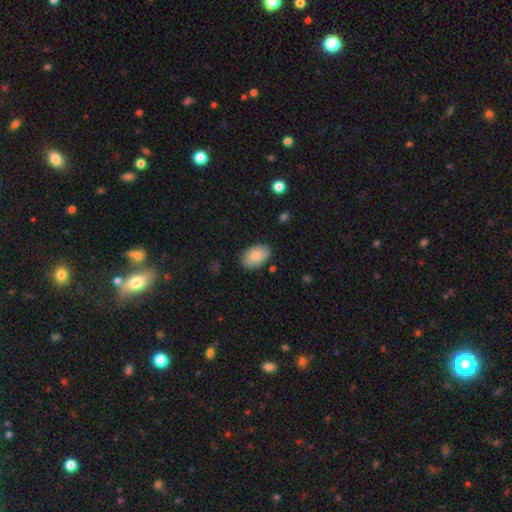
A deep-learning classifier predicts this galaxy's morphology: Smooth or featured: smooth — 83% (featured or disk — 10%)
How rounded: in between — 90% (round — 9%)
Merging: none — 82% (minor disturbance — 14%)